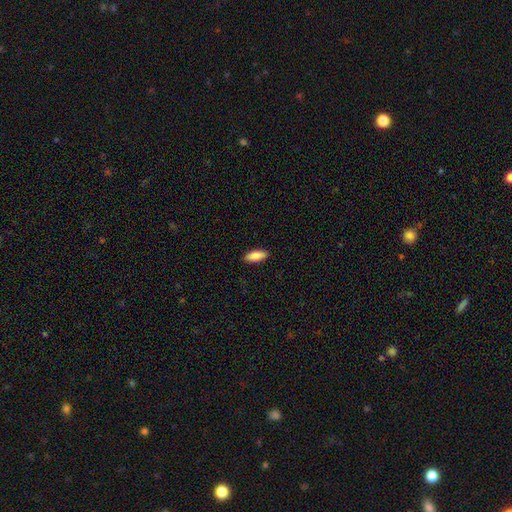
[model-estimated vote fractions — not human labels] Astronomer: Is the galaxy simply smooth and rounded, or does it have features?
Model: smooth — 89%.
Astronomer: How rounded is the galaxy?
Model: in between — 76%.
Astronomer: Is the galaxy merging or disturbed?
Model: none — 90%.